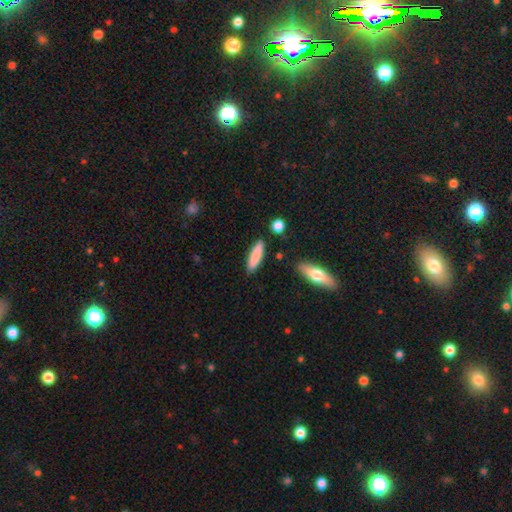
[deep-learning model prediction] Smooth or featured? smooth (83%)
How rounded? cigar-shaped (75%)
Merging? none (86%)